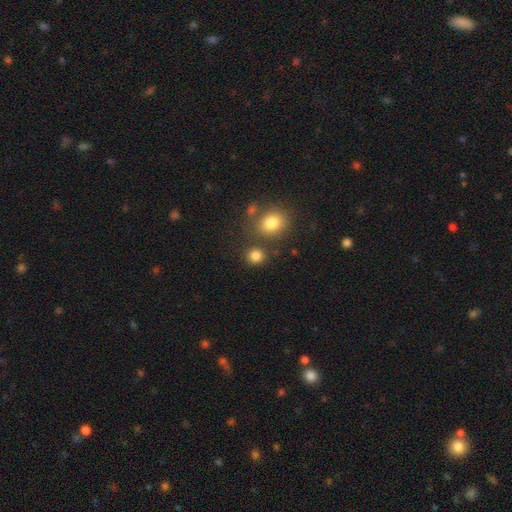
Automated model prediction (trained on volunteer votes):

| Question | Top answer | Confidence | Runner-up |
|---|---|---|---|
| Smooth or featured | smooth | 83% | star or artifact (12%) |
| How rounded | round | 82% | in between (17%) |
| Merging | none | 76% | merger (11%) |